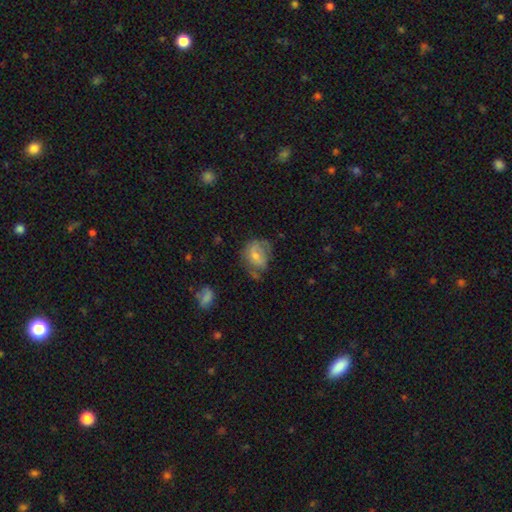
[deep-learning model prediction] Q: Smooth or featured?
A: smooth (52%); runner-up: featured or disk (38%)
Q: How rounded?
A: round (52%); runner-up: in between (47%)
Q: Merging?
A: none (47%); runner-up: minor disturbance (30%)